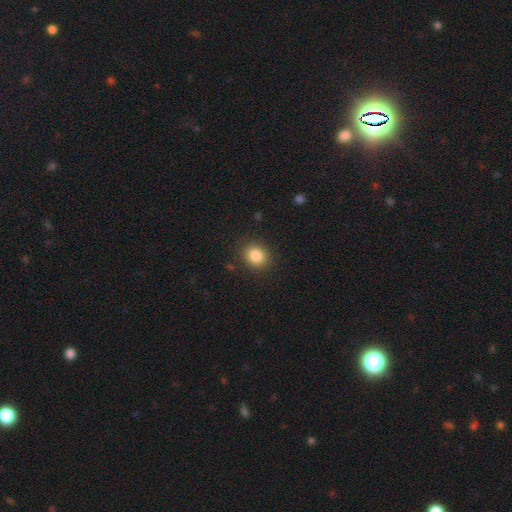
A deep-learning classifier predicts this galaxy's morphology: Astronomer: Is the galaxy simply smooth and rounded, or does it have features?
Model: smooth — 85%.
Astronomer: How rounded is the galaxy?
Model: round — 69%.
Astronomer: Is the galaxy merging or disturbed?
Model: none — 88%.